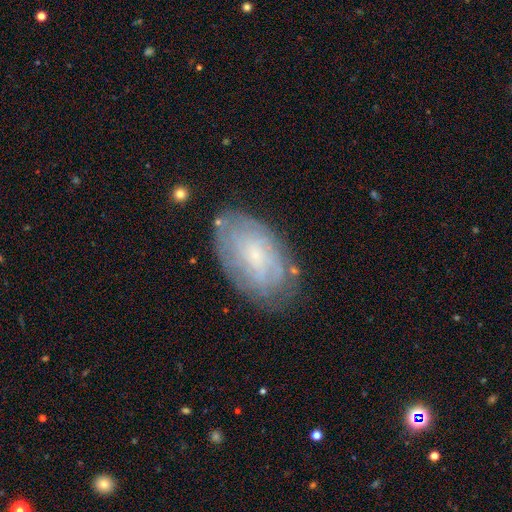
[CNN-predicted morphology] Smooth or featured? Predicted: featured or disk (p=0.59). Edge-on disk? Predicted: no (p=0.94). Bar? Predicted: no (p=0.70). Spiral arms? Predicted: yes (p=0.74). Bulge size? Predicted: small (p=0.72). Merging? Predicted: none (p=0.72).